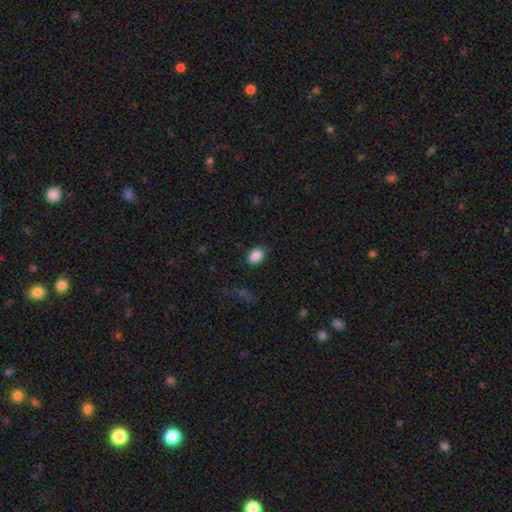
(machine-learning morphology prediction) smooth 88%, star or artifact 8%, featured or disk 4%. Down the decision tree: how rounded — in between (79%); merging — none (85%).